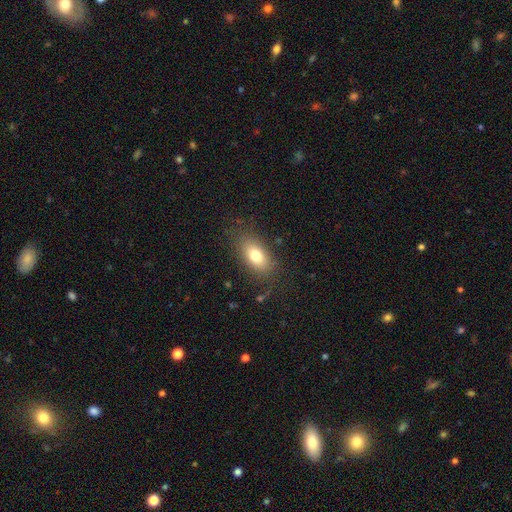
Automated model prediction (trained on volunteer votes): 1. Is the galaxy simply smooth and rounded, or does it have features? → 77% smooth, 14% featured or disk, 9% star or artifact.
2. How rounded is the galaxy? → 86% in between, 8% round, 6% cigar-shaped.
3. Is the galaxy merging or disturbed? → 81% none, 13% minor disturbance, 5% major disturbance, 1% merger.